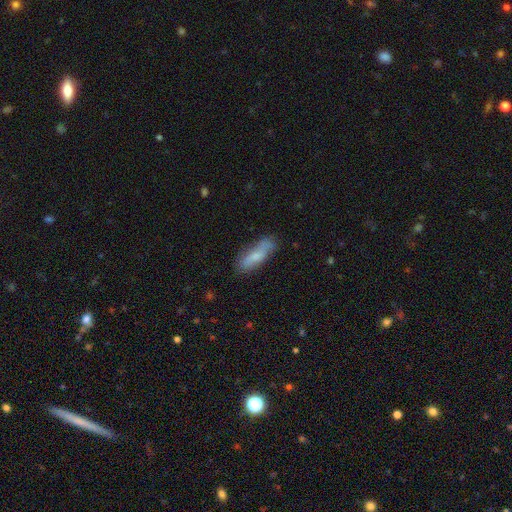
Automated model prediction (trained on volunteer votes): Overall: smooth (68%). How rounded: cigar-shaped (49%, tied with in between). Merging: none (65%).